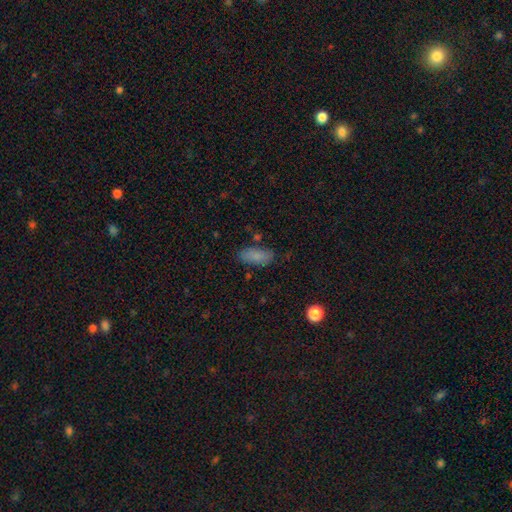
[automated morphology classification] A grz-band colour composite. It shows a smooth galaxy with no disk features (84%) that is in between round and cigar-shaped (85%). Merging: none (77%).